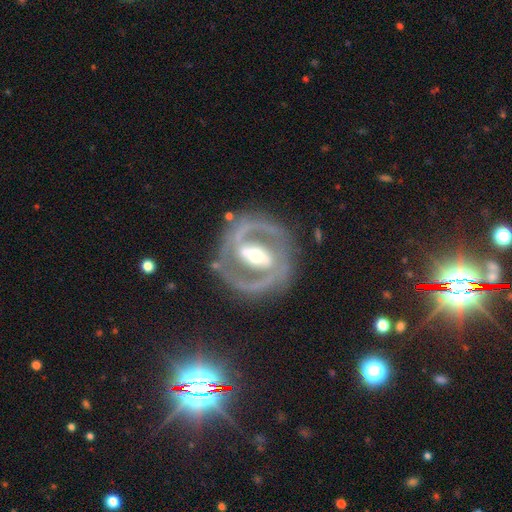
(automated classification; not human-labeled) Smooth or featured: featured or disk — 85% (smooth — 10%)
Edge-on disk: no — 95% (yes — 5%)
Bar: strong — 58% (weak — 26%)
Spiral arms: yes — 77% (no — 23%)
Spiral winding: medium — 47% (tight — 38%)
Spiral arm count: 2 — 86% (can't tell — 6%)
Bulge size: moderate — 62% (small — 26%)
Merging: none — 79% (minor disturbance — 12%)